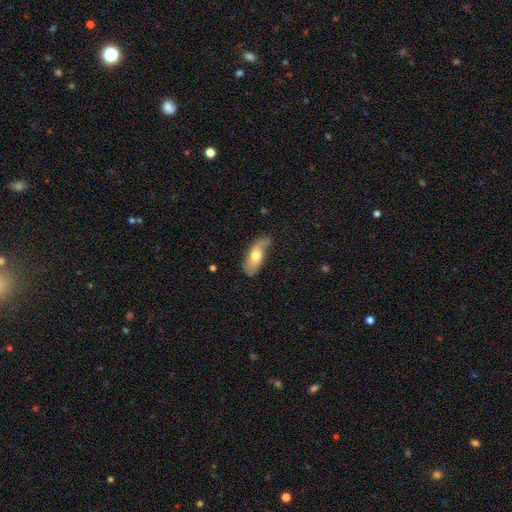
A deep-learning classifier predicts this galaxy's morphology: A smooth galaxy with no disk features (48%). Merging: none (54%).